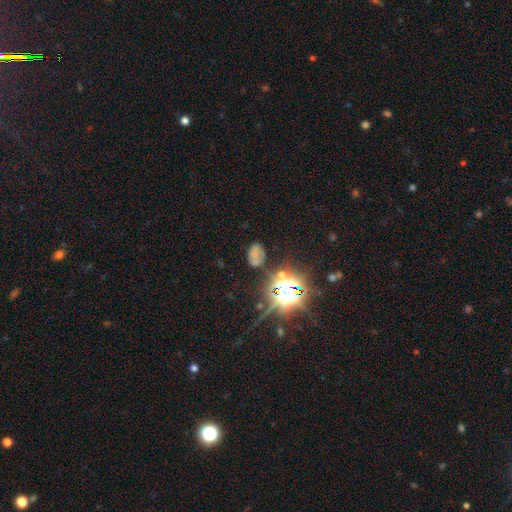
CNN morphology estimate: Q: Smooth or featured?
A: smooth (44%); runner-up: star or artifact (33%)
Q: Merging?
A: none (55%); runner-up: minor disturbance (22%)